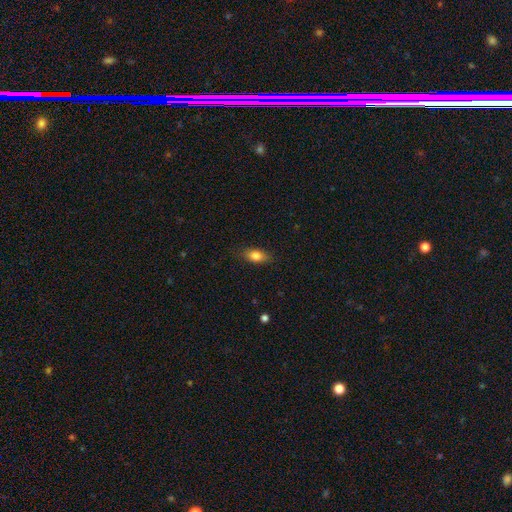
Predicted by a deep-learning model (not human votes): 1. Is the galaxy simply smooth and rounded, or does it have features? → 82% smooth, 10% featured or disk, 8% star or artifact.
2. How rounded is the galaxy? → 82% in between, 9% cigar-shaped, 9% round.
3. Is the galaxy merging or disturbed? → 84% none, 13% minor disturbance, 3% major disturbance, 1% merger.